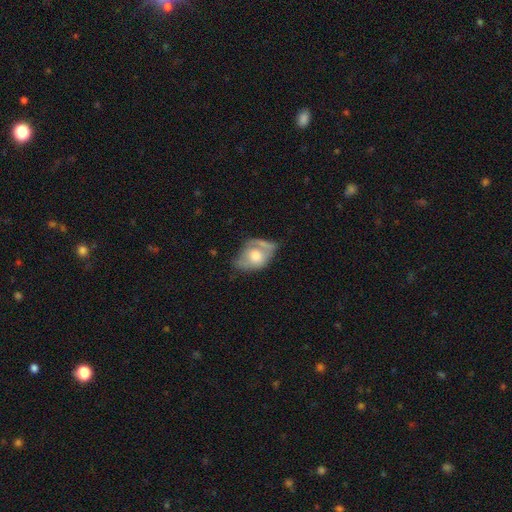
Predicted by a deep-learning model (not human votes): Q: Smooth or featured?
A: smooth (53%); runner-up: featured or disk (40%)
Q: How rounded?
A: in between (76%); runner-up: round (22%)
Q: Merging?
A: minor disturbance (29%); tied with: none (29%)